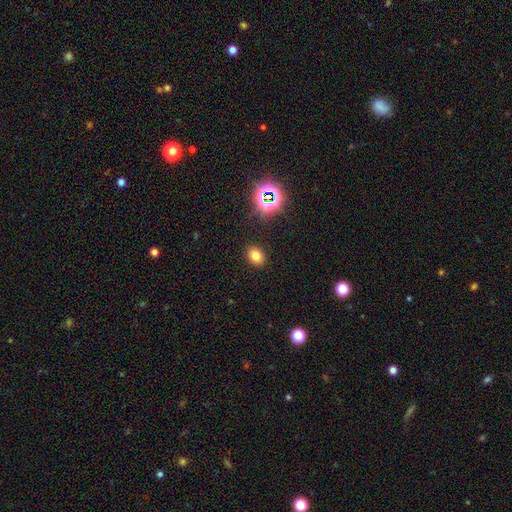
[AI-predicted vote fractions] Q: Smooth or featured?
A: smooth (75%); runner-up: star or artifact (17%)
Q: How rounded?
A: in between (62%); runner-up: round (37%)
Q: Merging?
A: none (88%); runner-up: minor disturbance (8%)